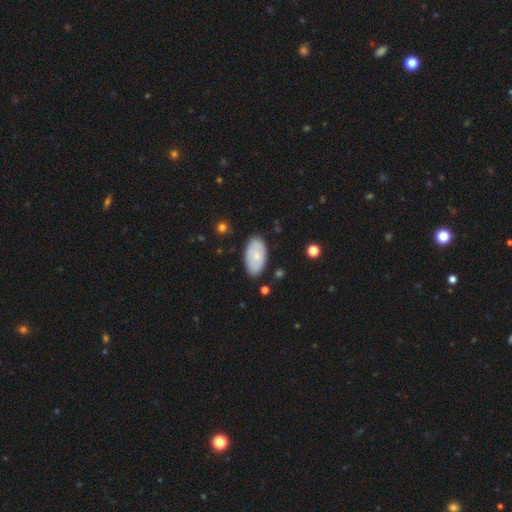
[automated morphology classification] A smooth galaxy with no disk features (67%) that is in between round and cigar-shaped (95%). Merging: none (84%).